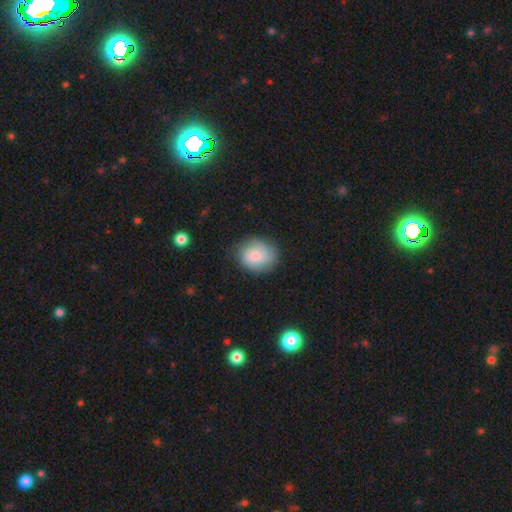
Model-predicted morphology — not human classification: Overall: smooth (68%). How rounded: round (65%; in between 34%). Merging: none (74%).